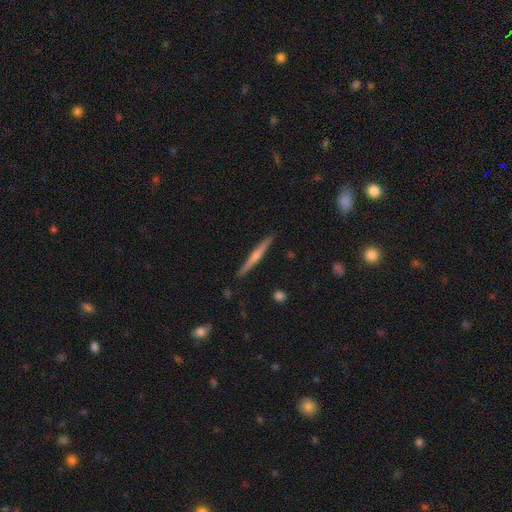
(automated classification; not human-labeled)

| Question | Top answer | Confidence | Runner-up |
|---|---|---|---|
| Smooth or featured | featured or disk | 63% | smooth (32%) |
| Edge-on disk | yes | 98% | no (2%) |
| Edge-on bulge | rounded | 69% | none (24%) |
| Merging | none | 91% | minor disturbance (7%) |